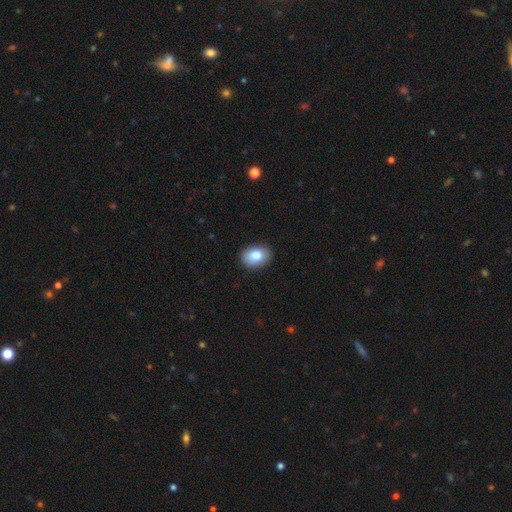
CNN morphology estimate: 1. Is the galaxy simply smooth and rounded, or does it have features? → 85% smooth, 8% star or artifact, 7% featured or disk.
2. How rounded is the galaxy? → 78% in between, 21% round, 1% cigar-shaped.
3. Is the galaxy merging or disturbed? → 88% none, 9% minor disturbance, 2% major disturbance, 1% merger.